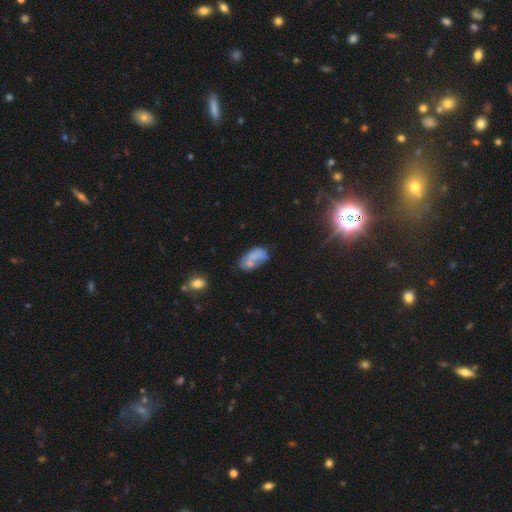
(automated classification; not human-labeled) Smooth or featured?
  - smooth: 62% *
  - featured or disk: 28%
  - star or artifact: 11%
How rounded?
  - in between: 90% *
  - round: 7%
  - cigar-shaped: 3%
Merging?
  - merger: 37% *
  - none: 31%
  - minor disturbance: 19%
  - major disturbance: 13%